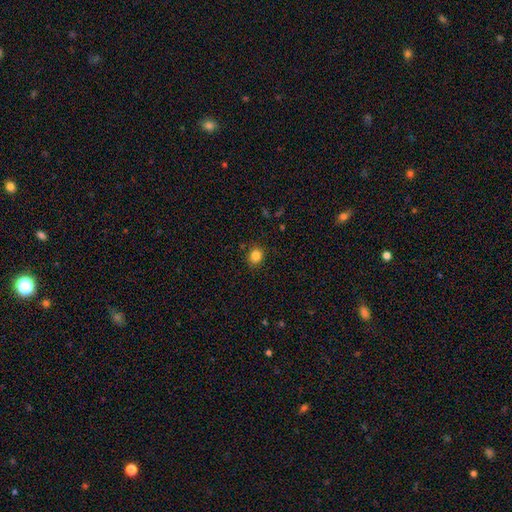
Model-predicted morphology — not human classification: The model was most divided on "how rounded": round: 71%, in between: 28%, cigar-shaped: 1%. More confident: merging — none (88%); smooth or featured — smooth (84%).